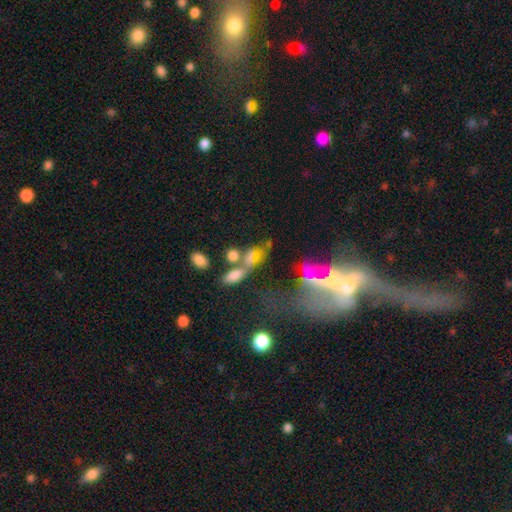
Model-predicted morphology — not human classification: smooth_or_featured: smooth (p=0.55) [alt: featured or disk p=0.25]
how_rounded: in between (p=0.74) [alt: round p=0.14]
merging: merger (p=0.46) [alt: none p=0.28]